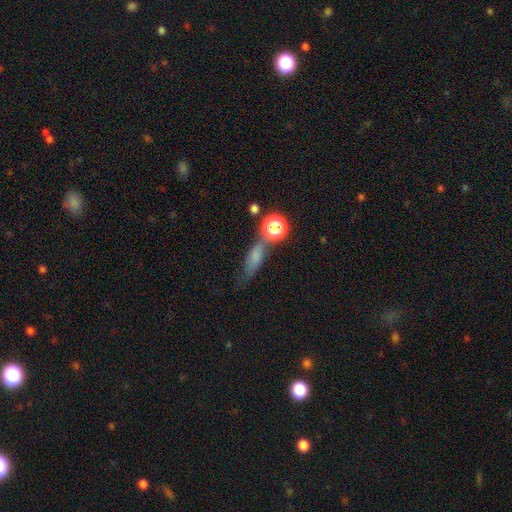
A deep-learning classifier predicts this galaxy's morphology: This is likely a smooth galaxy (64%). How rounded: marginally cigar-shaped (42%, tied with in between). Merging: possibly none (53%).